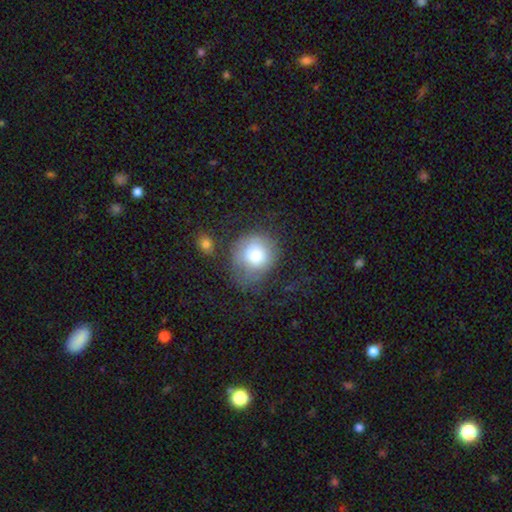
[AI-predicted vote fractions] Smooth or featured?
  - smooth: 71% *
  - featured or disk: 20%
  - star or artifact: 9%
How rounded?
  - round: 80% *
  - in between: 19%
  - cigar-shaped: 1%
Merging?
  - none: 45% *
  - minor disturbance: 25%
  - major disturbance: 24%
  - merger: 5%